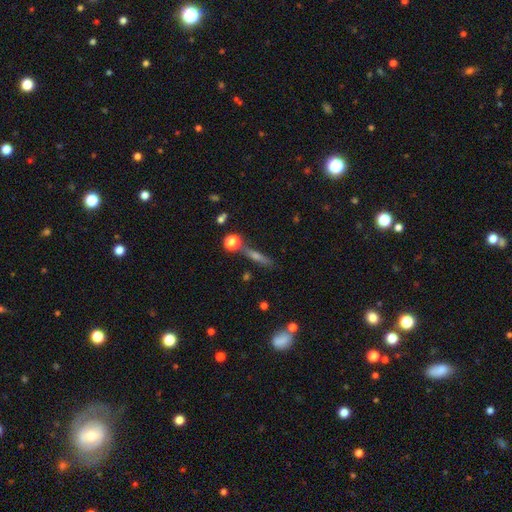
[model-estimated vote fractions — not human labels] Smooth or featured? featured or disk (46%)
Merging? none (72%)